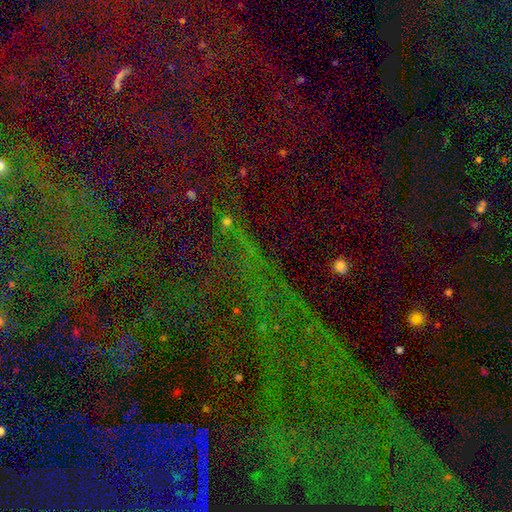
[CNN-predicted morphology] Smooth or featured? star or artifact (79%)